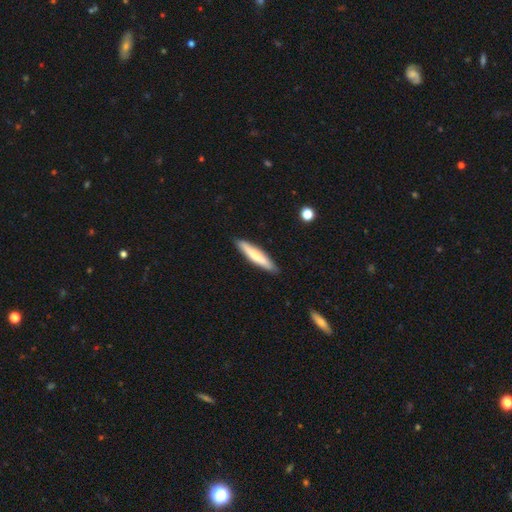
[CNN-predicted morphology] The model was most divided on "smooth or featured": smooth: 64%, featured or disk: 31%, star or artifact: 5%. More confident: merging — none (88%); how rounded — cigar-shaped (88%).